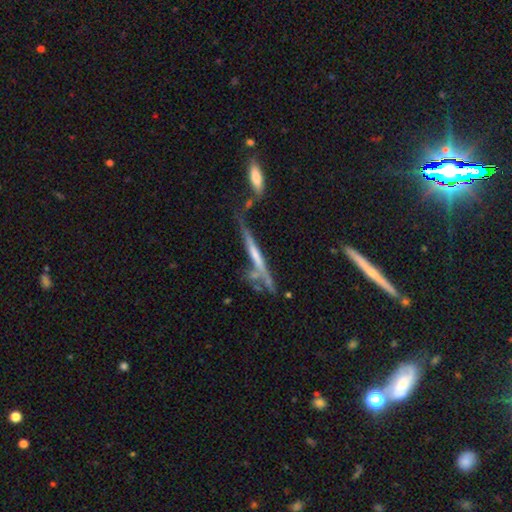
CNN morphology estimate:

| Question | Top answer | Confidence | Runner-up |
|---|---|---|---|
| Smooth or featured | featured or disk | 60% | smooth (32%) |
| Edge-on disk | yes | 86% | no (14%) |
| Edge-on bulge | none | 59% | rounded (27%) |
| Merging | none | 44% | minor disturbance (22%) |